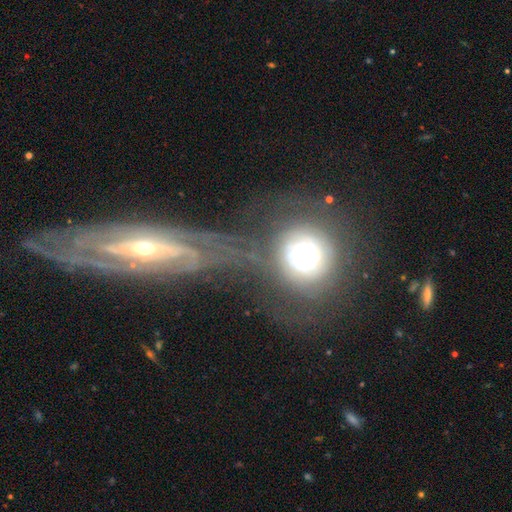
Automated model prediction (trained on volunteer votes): Smooth or featured? featured or disk (50%)
Merging? none (56%)